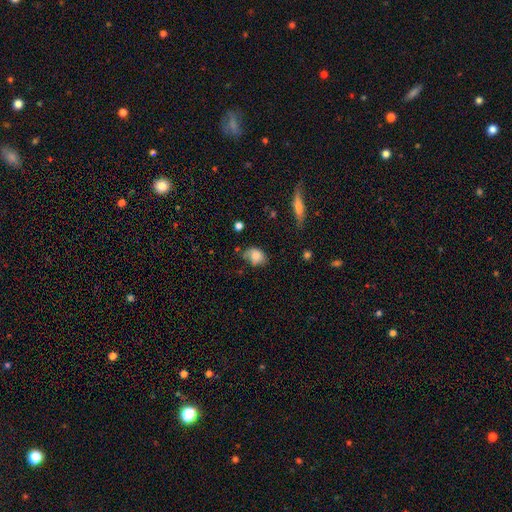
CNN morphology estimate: Q: Smooth or featured?
A: smooth (76%); runner-up: featured or disk (15%)
Q: How rounded?
A: in between (66%); runner-up: round (33%)
Q: Merging?
A: none (47%); runner-up: minor disturbance (37%)